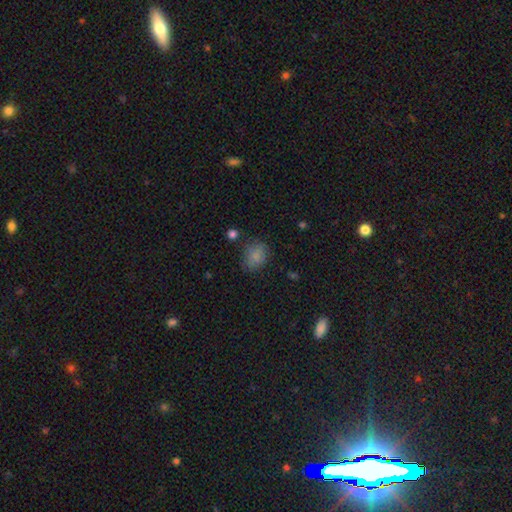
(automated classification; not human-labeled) A smooth galaxy with no disk features (81%) that is in between round and cigar-shaped (60%). Merging: none (72%).